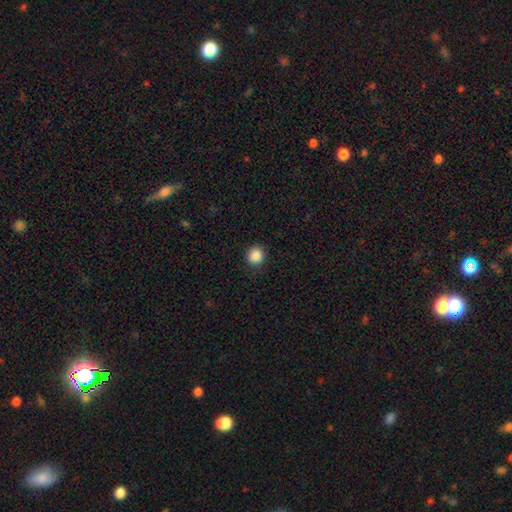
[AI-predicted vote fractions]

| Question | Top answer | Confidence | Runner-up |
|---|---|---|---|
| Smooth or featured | smooth | 88% | star or artifact (10%) |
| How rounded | round | 90% | in between (9%) |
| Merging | none | 91% | minor disturbance (6%) |